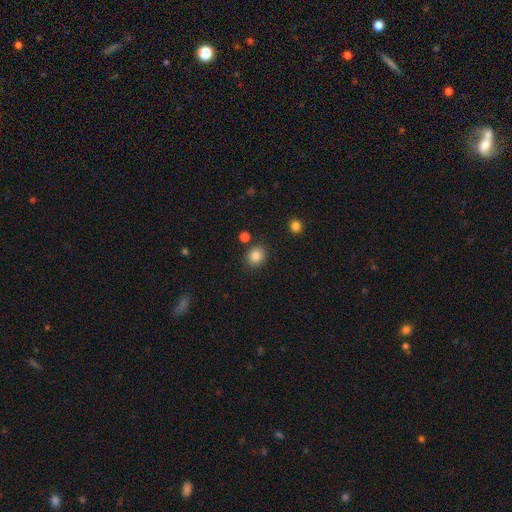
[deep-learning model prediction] A smooth galaxy with no disk features (85%) that is round (74%).

Vote fractions:
- Smooth or featured? smooth: 85% / star or artifact: 10% / featured or disk: 4%
- How rounded? round: 74% / in between: 25% / cigar-shaped: 1%
- Merging? none: 84% / minor disturbance: 9% / merger: 4% / major disturbance: 3%